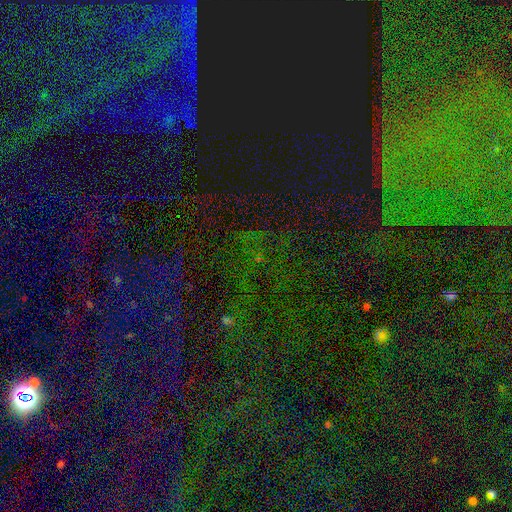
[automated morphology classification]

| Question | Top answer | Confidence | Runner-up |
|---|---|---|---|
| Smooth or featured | star or artifact | 77% | featured or disk (12%) |